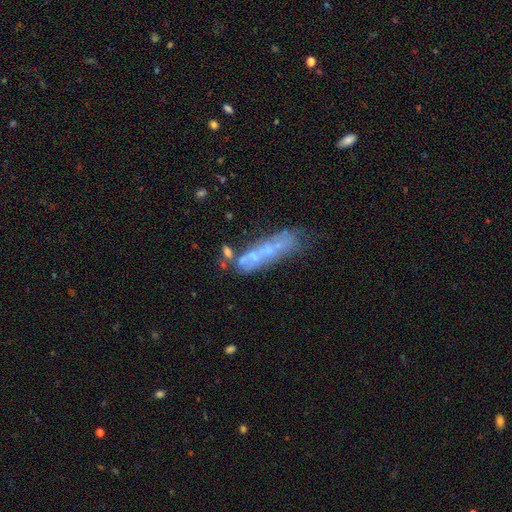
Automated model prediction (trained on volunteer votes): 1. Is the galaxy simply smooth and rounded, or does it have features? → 54% featured or disk, 33% smooth, 13% star or artifact.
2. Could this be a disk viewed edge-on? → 74% no, 26% yes.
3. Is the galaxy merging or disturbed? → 43% none, 21% merger, 20% minor disturbance, 15% major disturbance.